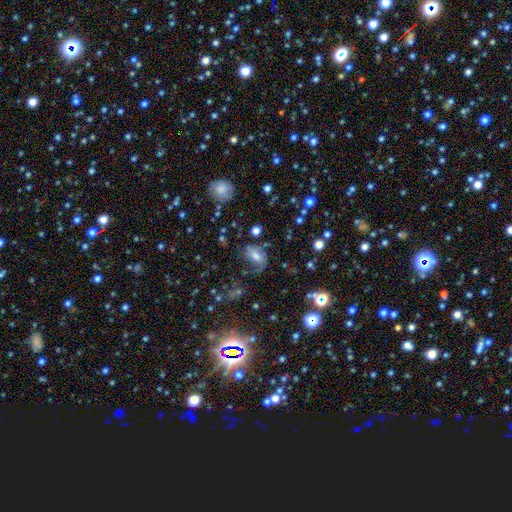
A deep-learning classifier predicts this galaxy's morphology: A smooth galaxy with no disk features (51%) that is in between round and cigar-shaped (80%).

Vote fractions:
- Smooth or featured? smooth: 51% / featured or disk: 31% / star or artifact: 18%
- How rounded? in between: 80% / round: 18% / cigar-shaped: 2%
- Merging? none: 48% / minor disturbance: 27% / major disturbance: 20% / merger: 5%